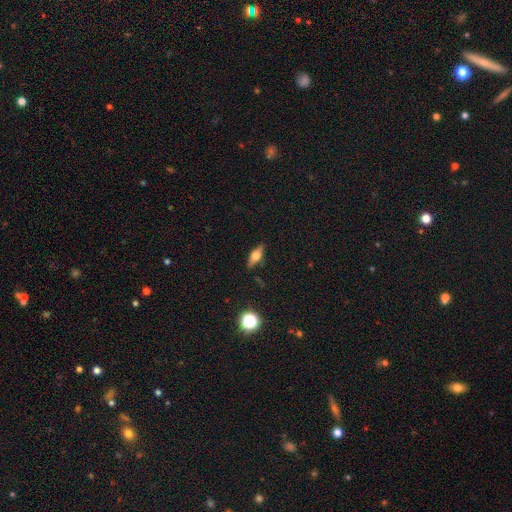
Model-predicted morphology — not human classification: smooth-or-featured: smooth: 49% | featured or disk: 42% | star or artifact: 9%
  merging: none: 84% | minor disturbance: 12% | major disturbance: 3% | merger: 1%